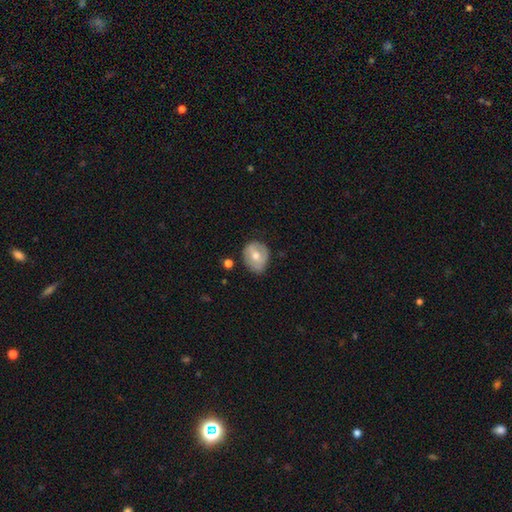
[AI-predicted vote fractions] This is possibly a smooth galaxy (54%). How rounded: likely round (63%). Merging: likely none (69%).